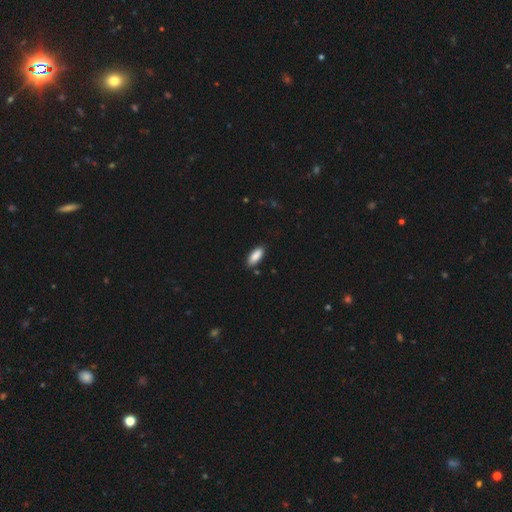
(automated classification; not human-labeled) A smooth galaxy with no disk features (88%) that is in between round and cigar-shaped (80%).

Vote fractions:
- Smooth or featured? smooth: 88% / star or artifact: 6% / featured or disk: 6%
- How rounded? in between: 80% / cigar-shaped: 19% / round: 2%
- Merging? none: 84% / minor disturbance: 12% / major disturbance: 2% / merger: 2%